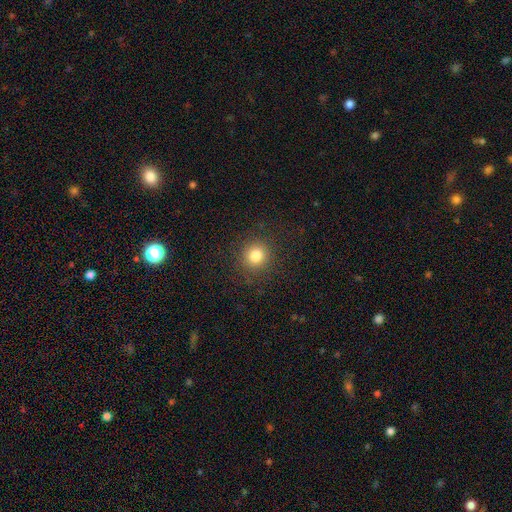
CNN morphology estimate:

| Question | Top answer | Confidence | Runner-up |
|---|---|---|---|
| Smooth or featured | smooth | 81% | star or artifact (13%) |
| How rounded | round | 92% | in between (7%) |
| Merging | none | 89% | minor disturbance (7%) |